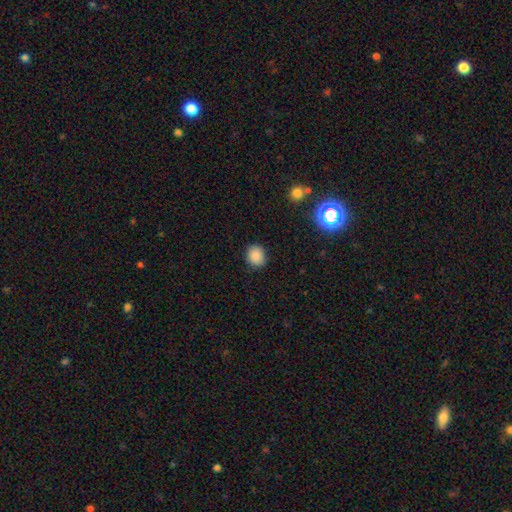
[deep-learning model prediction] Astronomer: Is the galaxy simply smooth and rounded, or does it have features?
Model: smooth — 85%.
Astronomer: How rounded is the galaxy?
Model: round — 68%.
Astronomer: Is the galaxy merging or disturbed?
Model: none — 86%.